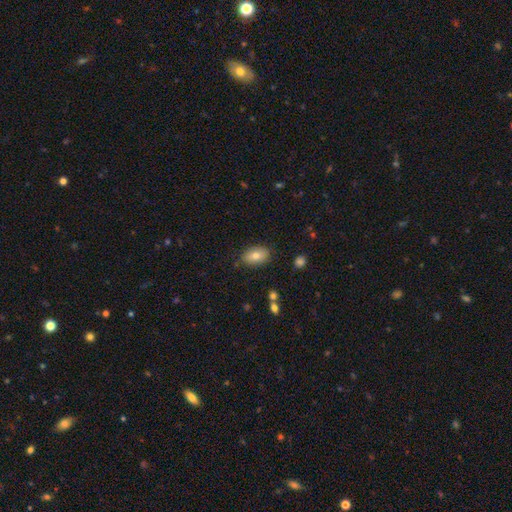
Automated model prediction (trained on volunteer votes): Smooth or featured? smooth (78%)
How rounded? in between (90%)
Merging? none (83%)